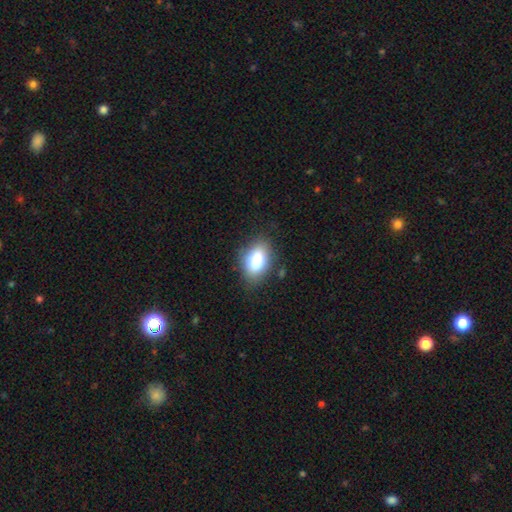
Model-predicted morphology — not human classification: Smooth or featured?
  - smooth: 79% *
  - featured or disk: 11%
  - star or artifact: 10%
How rounded?
  - in between: 85% *
  - round: 13%
  - cigar-shaped: 2%
Merging?
  - none: 81% *
  - minor disturbance: 13%
  - major disturbance: 4%
  - merger: 2%